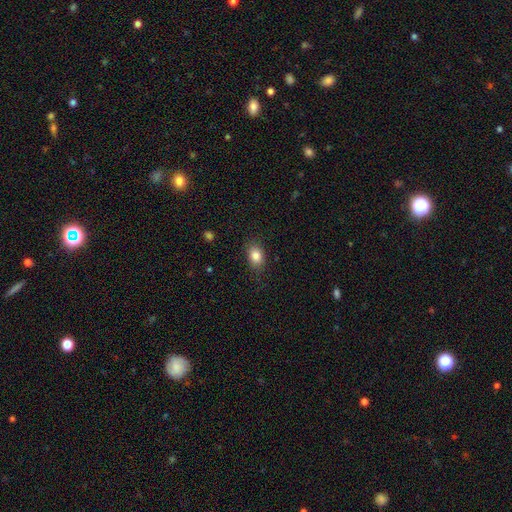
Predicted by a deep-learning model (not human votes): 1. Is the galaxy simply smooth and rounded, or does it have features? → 84% smooth, 9% star or artifact, 7% featured or disk.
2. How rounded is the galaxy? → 76% in between, 23% round, 2% cigar-shaped.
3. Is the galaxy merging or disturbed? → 83% none, 13% minor disturbance, 3% major disturbance, 1% merger.